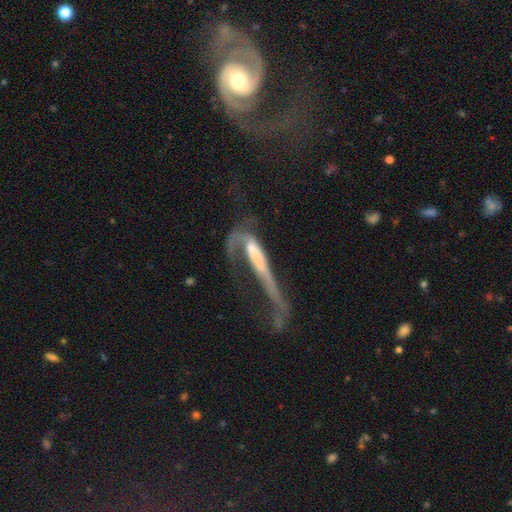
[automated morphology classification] featured or disk 62%, smooth 28%, star or artifact 11%. Down the decision tree: edge-on disk — no (57%); merging — major disturbance (58%).